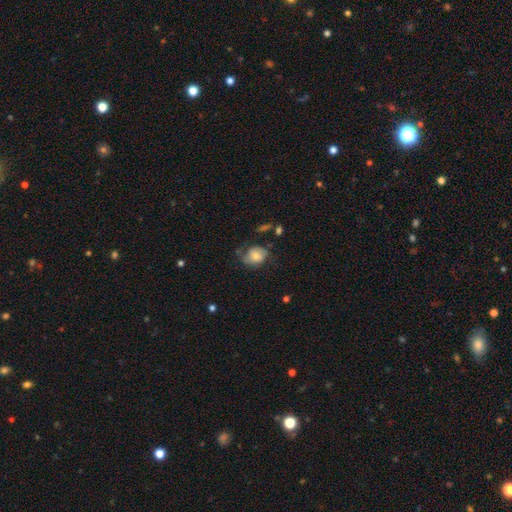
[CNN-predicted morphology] This is likely a smooth galaxy (60%). How rounded: possibly in between (52%). Merging: possibly none (48%).